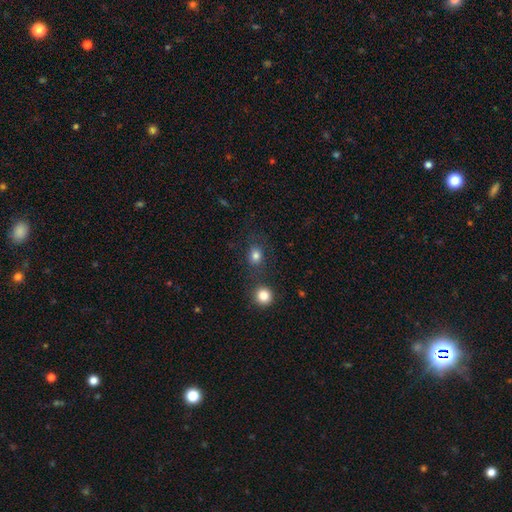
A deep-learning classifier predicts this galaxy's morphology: A smooth galaxy with no disk features (80%) that is round (64%).

Vote fractions:
- Smooth or featured? smooth: 80% / star or artifact: 14% / featured or disk: 7%
- How rounded? round: 64% / in between: 34% / cigar-shaped: 1%
- Merging? none: 68% / merger: 14% / minor disturbance: 12% / major disturbance: 6%